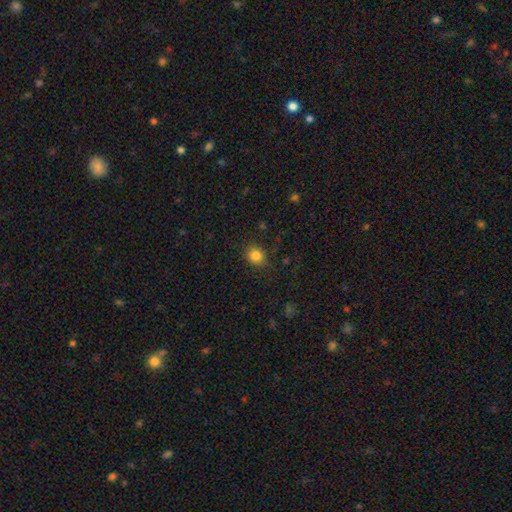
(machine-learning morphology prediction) smooth-or-featured: smooth: 83% | star or artifact: 12% | featured or disk: 5%
  how-rounded: round: 77% | in between: 22% | cigar-shaped: 1%
  merging: none: 83% | minor disturbance: 13% | major disturbance: 3% | merger: 1%